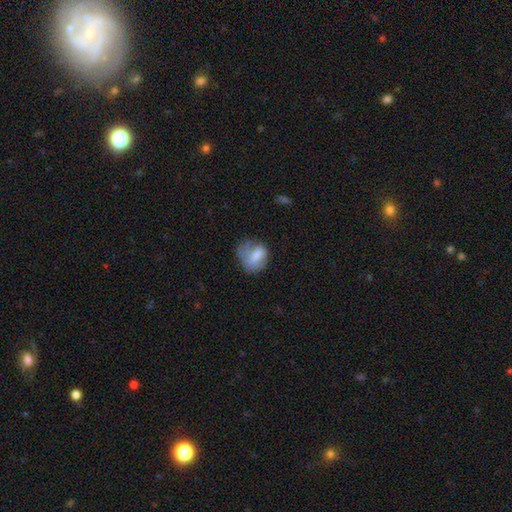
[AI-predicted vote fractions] A smooth galaxy with no disk features (62%) that is round (51%). Merging: none (38%).